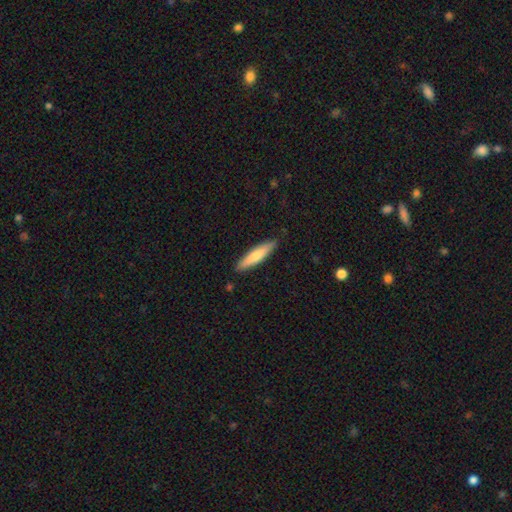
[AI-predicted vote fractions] The model was most divided on "smooth or featured": smooth: 71%, featured or disk: 24%, star or artifact: 5%. More confident: merging — none (88%); how rounded — cigar-shaped (82%).